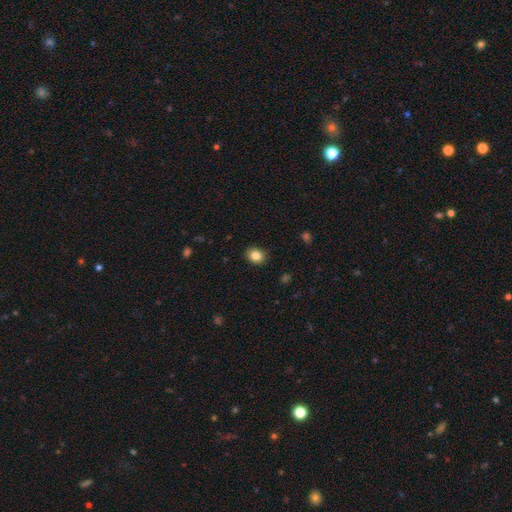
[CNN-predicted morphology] smooth_or_featured: smooth (p=0.84) [alt: star or artifact p=0.10]
how_rounded: round (p=0.58) [alt: in between p=0.41]
merging: none (p=0.89) [alt: minor disturbance p=0.08]